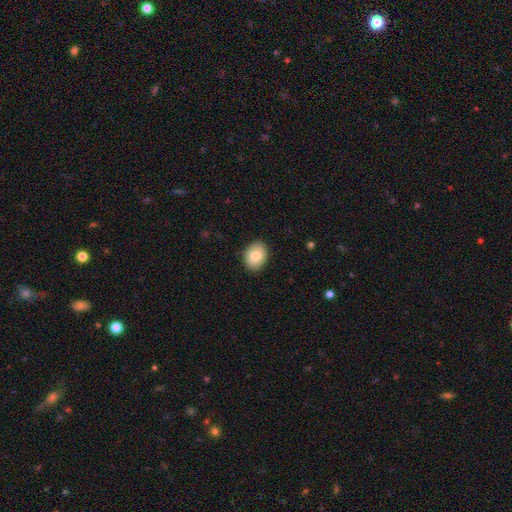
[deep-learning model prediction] smooth-or-featured: smooth: 81% | featured or disk: 12% | star or artifact: 7%
  how-rounded: in between: 66% | round: 33% | cigar-shaped: 1%
  merging: none: 89% | minor disturbance: 9% | major disturbance: 2% | merger: 1%